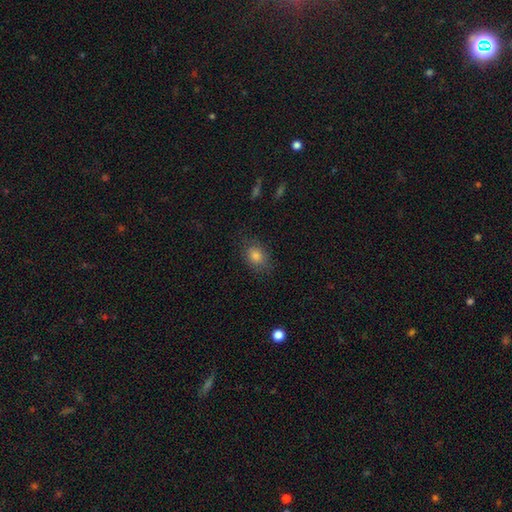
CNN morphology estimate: Q: Smooth or featured?
A: smooth (78%); runner-up: star or artifact (13%)
Q: How rounded?
A: in between (60%); runner-up: round (38%)
Q: Merging?
A: none (78%); runner-up: minor disturbance (16%)